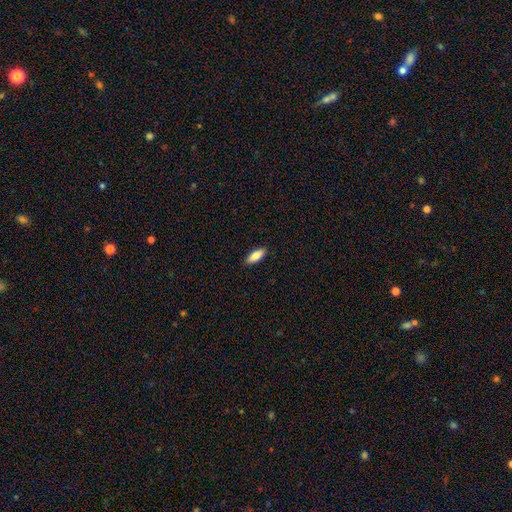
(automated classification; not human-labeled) A smooth galaxy with no disk features (83%) that is in between round and cigar-shaped (73%). Merging: none (90%).